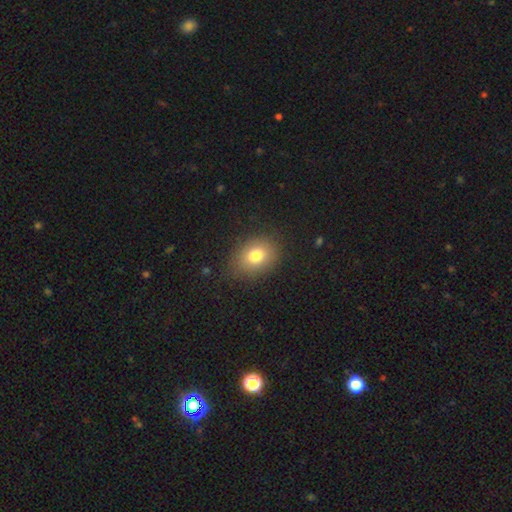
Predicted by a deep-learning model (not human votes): smooth_or_featured: smooth (p=0.78) [alt: featured or disk p=0.11]
how_rounded: in between (p=0.62) [alt: round p=0.37]
merging: none (p=0.82) [alt: minor disturbance p=0.13]